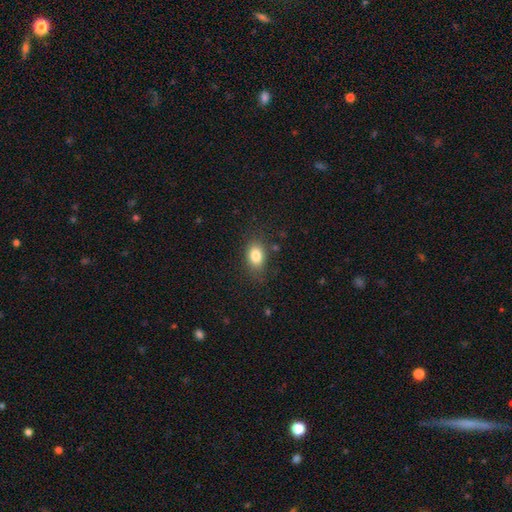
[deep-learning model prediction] Smooth or featured? smooth (83%)
How rounded? in between (74%)
Merging? none (79%)